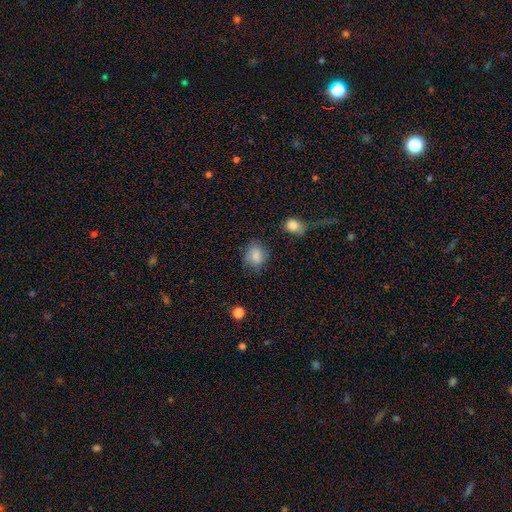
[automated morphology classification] Q: Smooth or featured?
A: smooth (78%); runner-up: featured or disk (12%)
Q: How rounded?
A: round (52%); runner-up: in between (47%)
Q: Merging?
A: none (63%); runner-up: minor disturbance (25%)